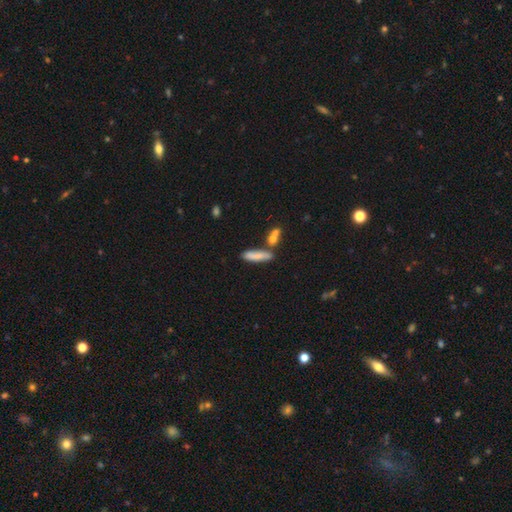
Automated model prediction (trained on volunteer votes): Smooth or featured?
  - smooth: 76% *
  - featured or disk: 16%
  - star or artifact: 7%
How rounded?
  - cigar-shaped: 75% *
  - in between: 22%
  - round: 2%
Merging?
  - none: 66% *
  - merger: 15%
  - minor disturbance: 14%
  - major disturbance: 4%